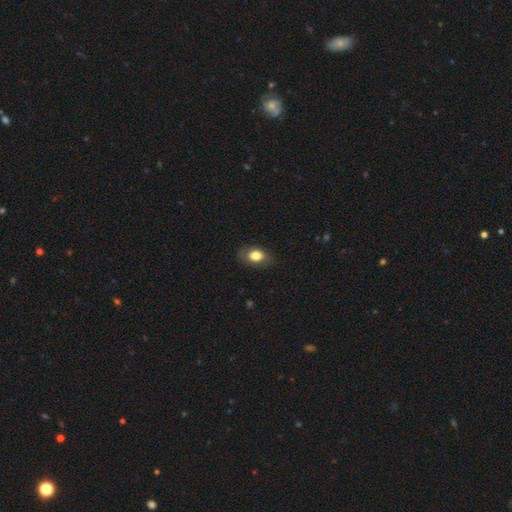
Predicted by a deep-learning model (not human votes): Q: Smooth or featured?
A: smooth (78%); runner-up: featured or disk (14%)
Q: How rounded?
A: in between (77%); runner-up: round (22%)
Q: Merging?
A: none (78%); runner-up: minor disturbance (16%)